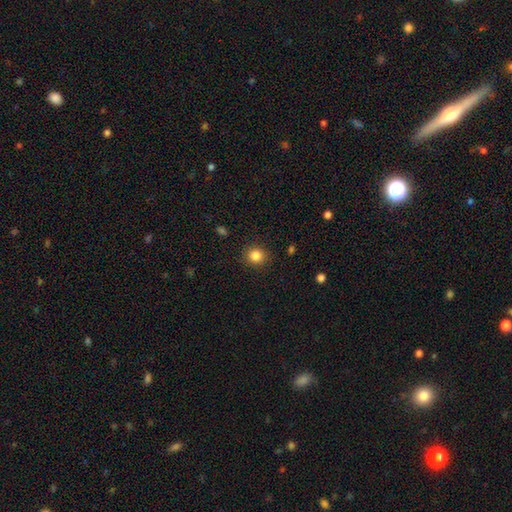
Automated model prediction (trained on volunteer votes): The model was most divided on "how rounded": round: 84%, in between: 15%, cigar-shaped: 1%. More confident: merging — none (89%); smooth or featured — smooth (85%).